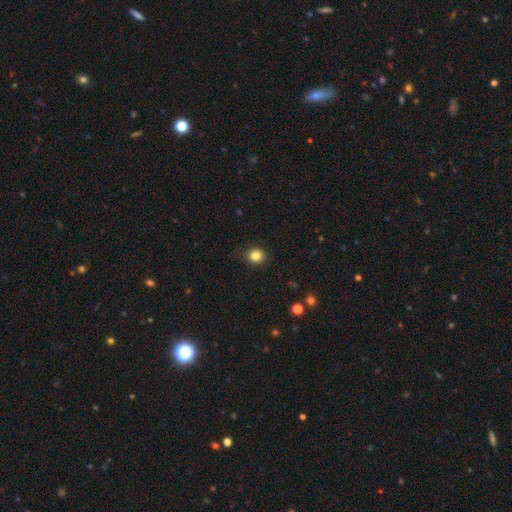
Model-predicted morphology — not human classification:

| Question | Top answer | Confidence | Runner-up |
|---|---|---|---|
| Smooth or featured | smooth | 84% | star or artifact (11%) |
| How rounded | round | 81% | in between (18%) |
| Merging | none | 90% | minor disturbance (7%) |